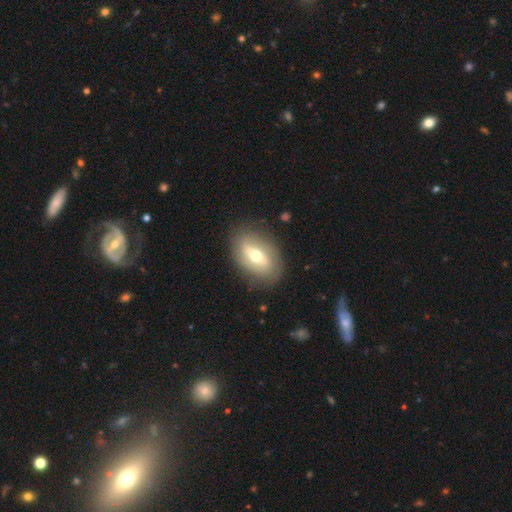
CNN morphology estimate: smooth_or_featured: featured or disk (p=0.50) [alt: smooth p=0.42]
disk_edge_on: no (p=0.84) [alt: yes p=0.16]
merging: none (p=0.83) [alt: minor disturbance p=0.11]